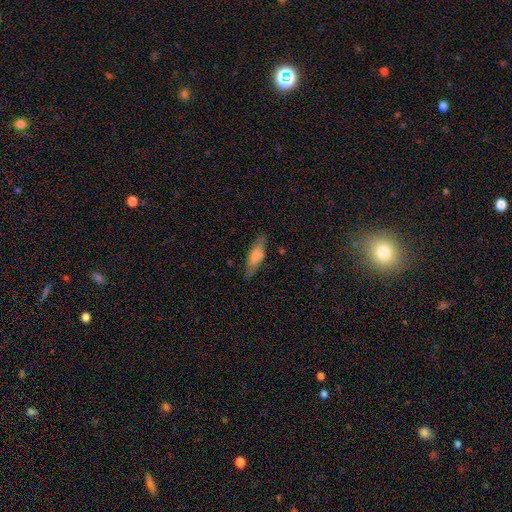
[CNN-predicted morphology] A smooth galaxy with no disk features (66%) that is in between round and cigar-shaped (51%).

Vote fractions:
- Smooth or featured? smooth: 66% / featured or disk: 28% / star or artifact: 6%
- How rounded? in between: 51% / cigar-shaped: 47% / round: 2%
- Merging? none: 80% / minor disturbance: 15% / major disturbance: 3% / merger: 1%